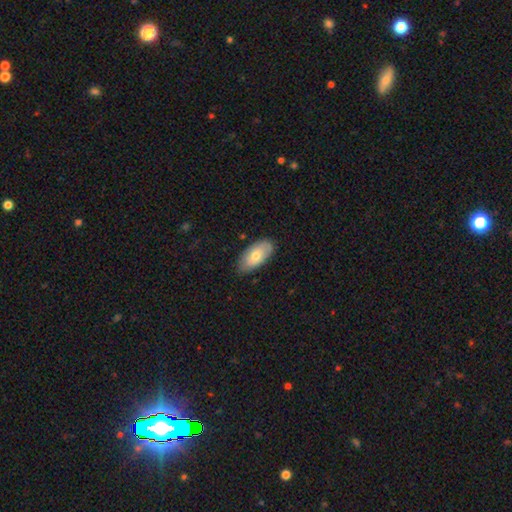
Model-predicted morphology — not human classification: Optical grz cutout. It shows a smooth galaxy with no disk features (70%) that is in between round and cigar-shaped (93%). Merging: none (80%).